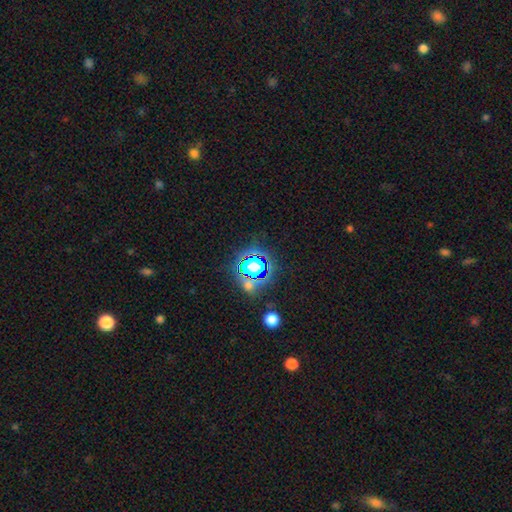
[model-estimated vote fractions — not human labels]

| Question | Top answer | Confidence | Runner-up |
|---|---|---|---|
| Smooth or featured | star or artifact | 79% | smooth (13%) |